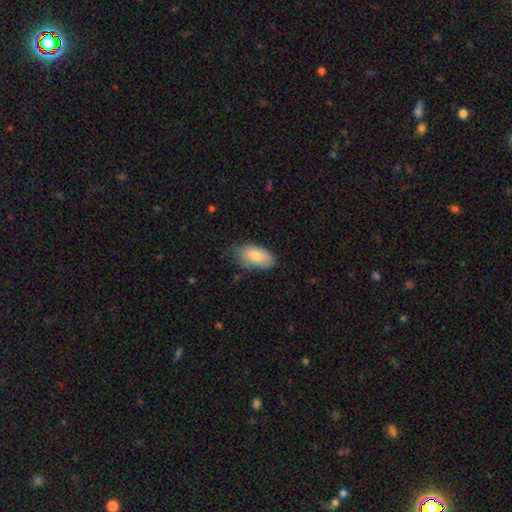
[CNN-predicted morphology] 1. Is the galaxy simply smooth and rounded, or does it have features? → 79% smooth, 14% featured or disk, 7% star or artifact.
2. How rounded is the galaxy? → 93% in between, 4% round, 3% cigar-shaped.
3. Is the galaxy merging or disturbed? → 53% none, 36% minor disturbance, 9% major disturbance, 2% merger.